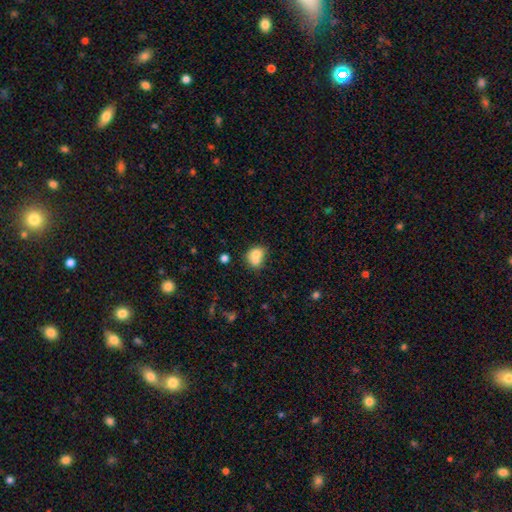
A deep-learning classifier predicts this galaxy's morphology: smooth-or-featured: smooth: 73% | featured or disk: 17% | star or artifact: 10%
  how-rounded: in between: 51% | round: 48% | cigar-shaped: 1%
  merging: merger: 50% | none: 31% | minor disturbance: 13% | major disturbance: 6%